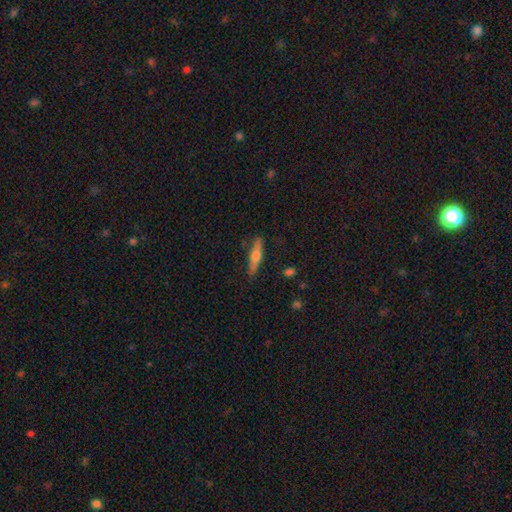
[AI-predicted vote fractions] Smooth or featured: smooth — 51% (featured or disk — 43%)
How rounded: cigar-shaped — 82% (in between — 16%)
Merging: none — 84% (minor disturbance — 12%)